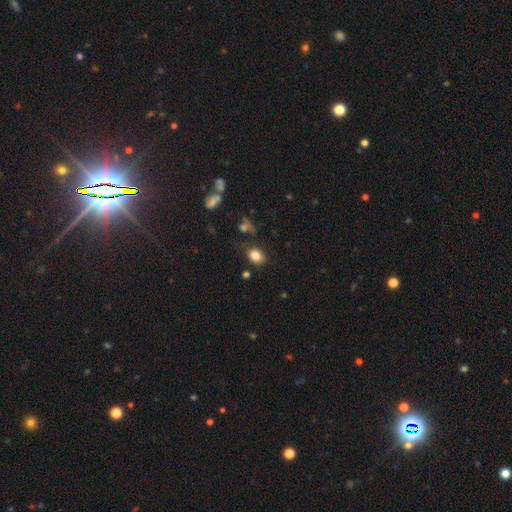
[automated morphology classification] Overall: smooth (82%). How rounded: in between (61%; round 38%). Merging: none (76%).